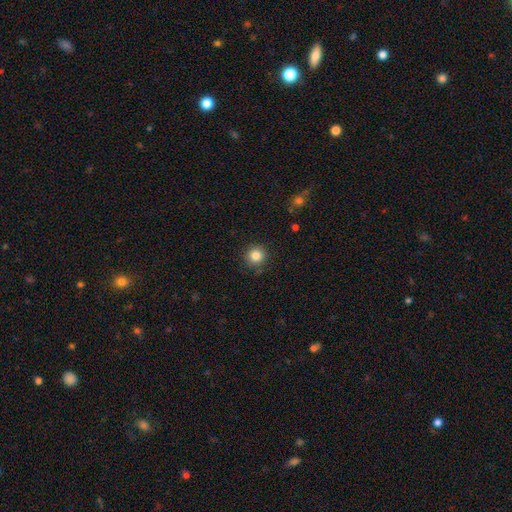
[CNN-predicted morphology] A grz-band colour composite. It shows a smooth galaxy with no disk features (83%) that is round (95%). Merging: none (89%).